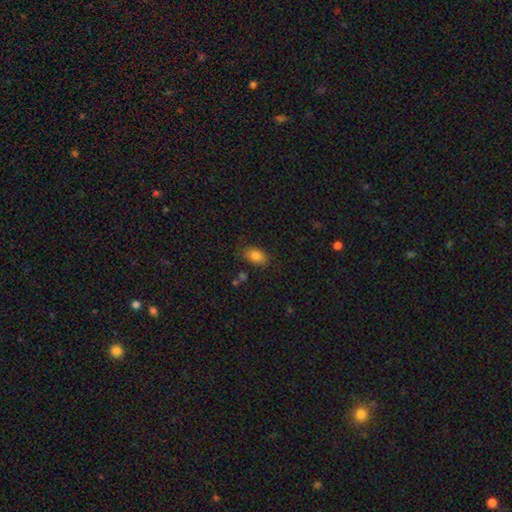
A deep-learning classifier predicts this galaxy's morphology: Smooth or featured? smooth (84%)
How rounded? in between (89%)
Merging? none (81%)